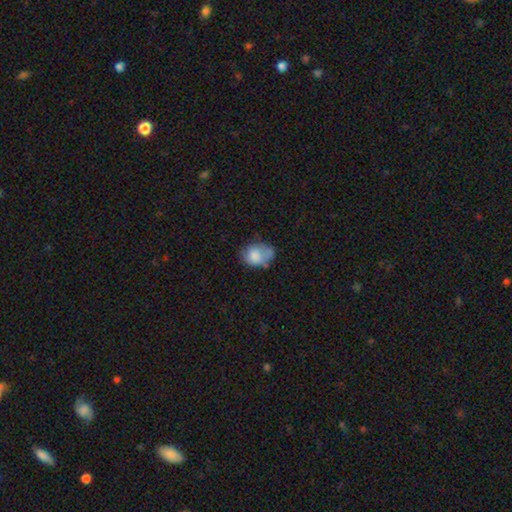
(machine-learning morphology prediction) This appears to be a smooth galaxy with no disk features (76%) that is in between round and cigar-shaped (68%). Merging: none (40%).